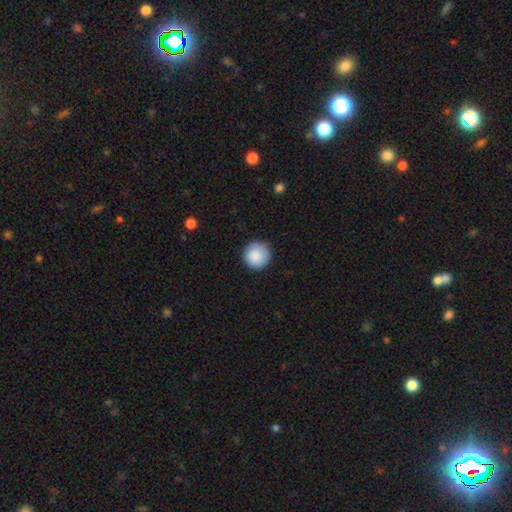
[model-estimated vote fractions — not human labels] This appears to be a smooth galaxy with no disk features (88%) that is round (95%). Merging: none (88%).